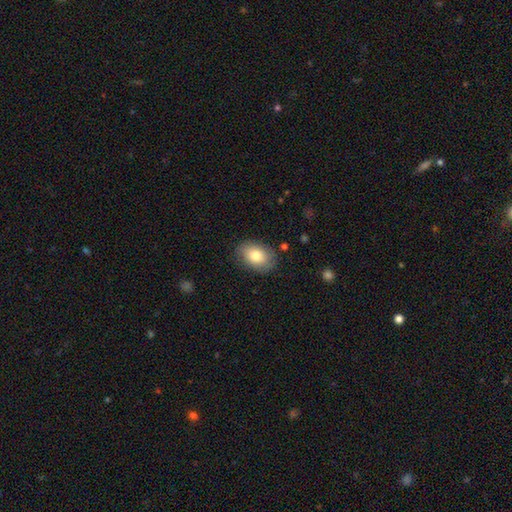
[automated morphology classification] smooth 77%, featured or disk 15%, star or artifact 8%. Down the decision tree: how rounded — in between (80%); merging — none (82%).